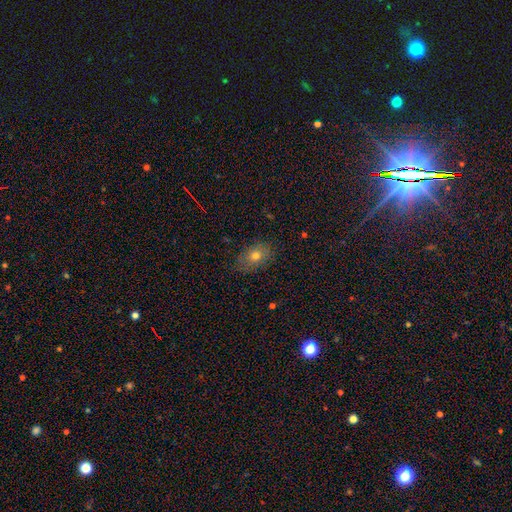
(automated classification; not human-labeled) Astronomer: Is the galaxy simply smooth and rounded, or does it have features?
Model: smooth — 72%.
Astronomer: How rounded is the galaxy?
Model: in between — 77%.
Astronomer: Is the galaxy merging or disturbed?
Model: none — 79%.